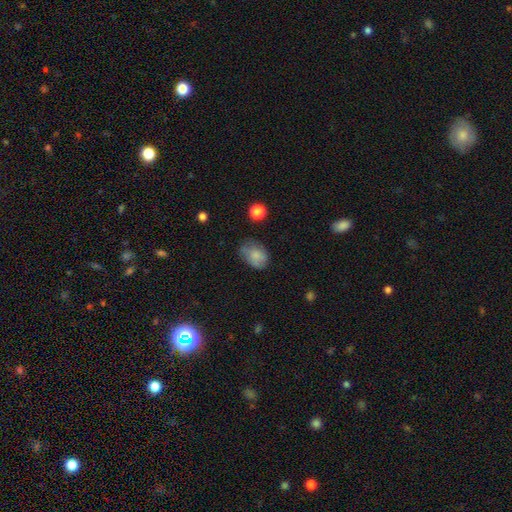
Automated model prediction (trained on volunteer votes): The model was most divided on "merging": none: 54%, minor disturbance: 32%, major disturbance: 11%, merger: 3%. More confident: smooth or featured — smooth (77%); how rounded — in between (72%).